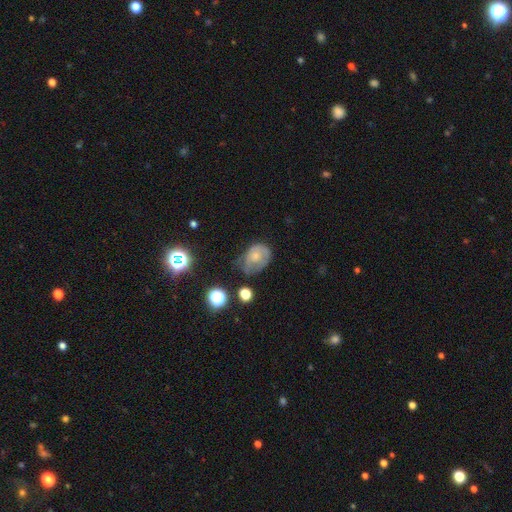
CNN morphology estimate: Smooth or featured?
  - smooth: 53% *
  - featured or disk: 36%
  - star or artifact: 11%
How rounded?
  - in between: 65% *
  - round: 34%
  - cigar-shaped: 1%
Merging?
  - minor disturbance: 39% *
  - none: 33%
  - major disturbance: 25%
  - merger: 3%